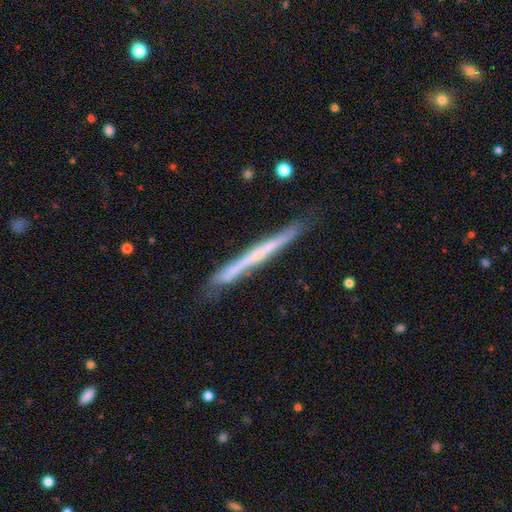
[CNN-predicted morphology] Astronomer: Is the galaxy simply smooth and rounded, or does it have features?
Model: featured or disk — 58% (runner-up: smooth, 35%).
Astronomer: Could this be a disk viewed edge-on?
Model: yes — 95%.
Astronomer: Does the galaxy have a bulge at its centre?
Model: none — 85%.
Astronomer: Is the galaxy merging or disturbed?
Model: none — 79%.